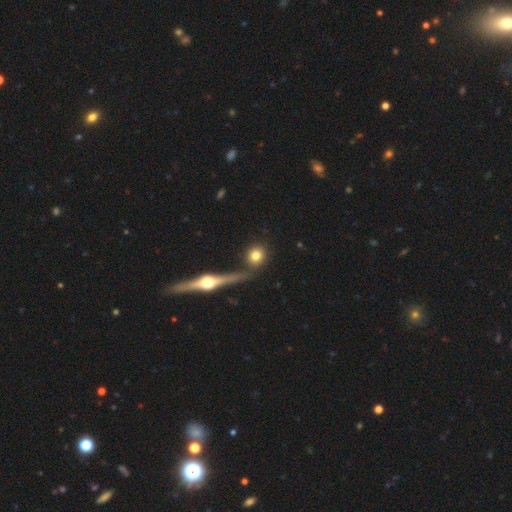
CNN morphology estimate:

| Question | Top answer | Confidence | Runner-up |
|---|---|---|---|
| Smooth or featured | smooth | 78% | featured or disk (14%) |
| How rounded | round | 85% | in between (12%) |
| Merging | none | 76% | merger (11%) |